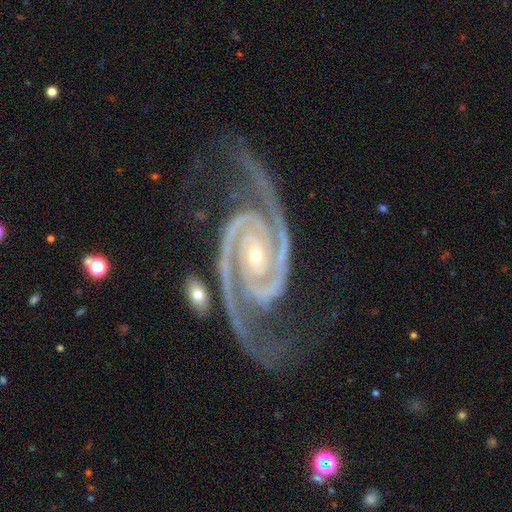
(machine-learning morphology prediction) Overall: featured or disk (95%). Edge-on disk: no (98%). Bar: no (47%; strong 28%). Spiral arms: yes (99%). Spiral arm count: 2 (93%). Spiral winding: tight (54%; medium 40%). Bulge size: small (75%). Merging: none (70%).